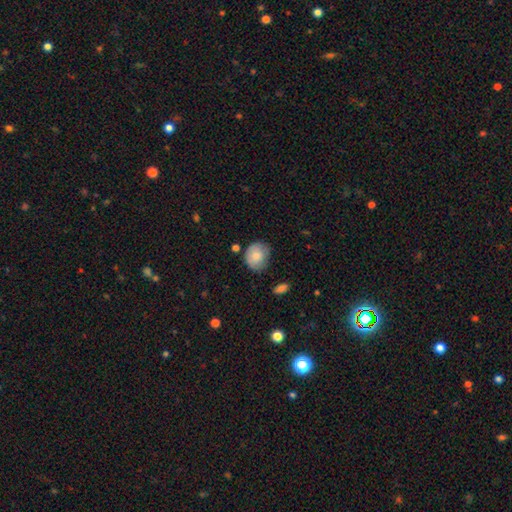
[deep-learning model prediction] Overall: smooth (78%). How rounded: round (69%; in between 30%). Merging: none (65%; minor disturbance 26%).